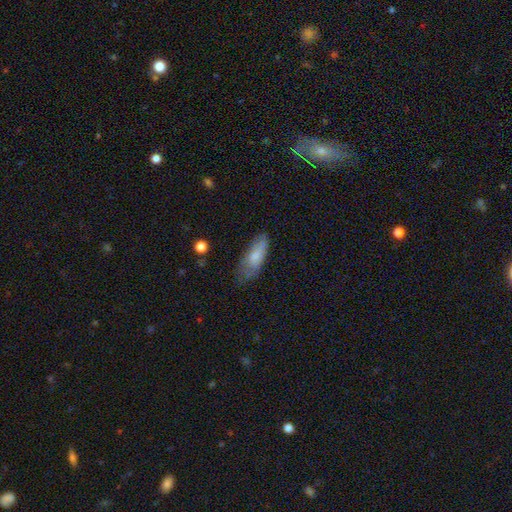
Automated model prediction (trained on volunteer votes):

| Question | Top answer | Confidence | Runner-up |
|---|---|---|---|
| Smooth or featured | smooth | 78% | featured or disk (16%) |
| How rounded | in between | 67% | cigar-shaped (30%) |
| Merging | none | 49% | minor disturbance (35%) |